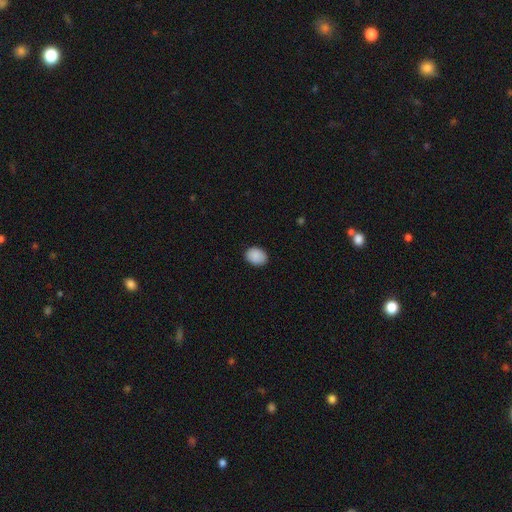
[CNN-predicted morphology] Smooth or featured?
  - smooth: 90% *
  - star or artifact: 7%
  - featured or disk: 3%
How rounded?
  - in between: 59% *
  - round: 40%
  - cigar-shaped: 1%
Merging?
  - none: 87% *
  - minor disturbance: 10%
  - major disturbance: 2%
  - merger: 1%